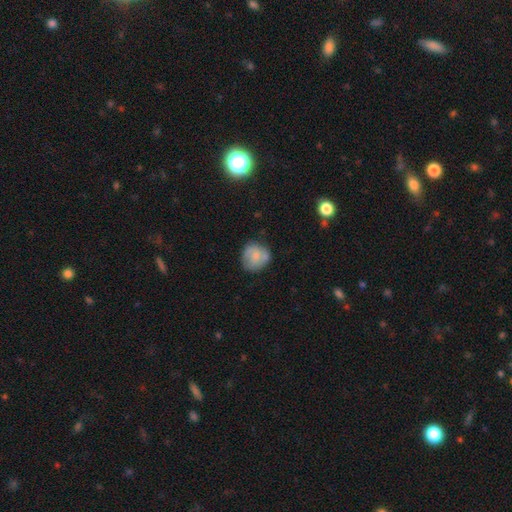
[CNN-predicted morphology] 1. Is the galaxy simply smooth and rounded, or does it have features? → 62% smooth, 30% featured or disk, 8% star or artifact.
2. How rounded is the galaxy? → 82% round, 17% in between, 1% cigar-shaped.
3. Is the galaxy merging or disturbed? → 62% none, 23% minor disturbance, 8% major disturbance, 6% merger.